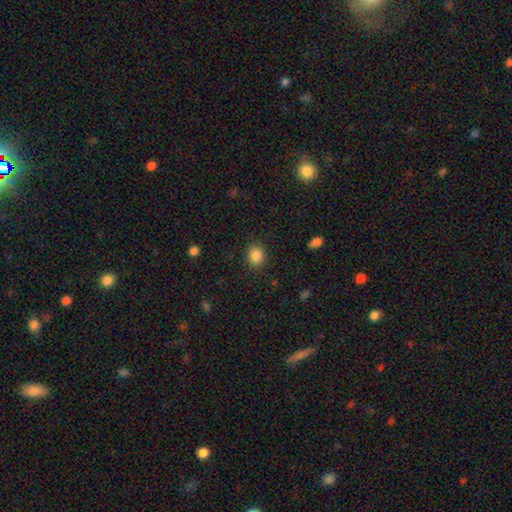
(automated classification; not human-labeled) Smooth or featured? smooth (87%)
How rounded? round (53%)
Merging? none (87%)